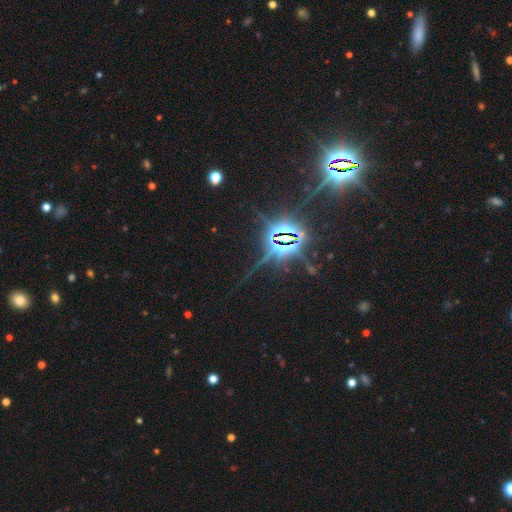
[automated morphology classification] This appears to be a star or artifact, not a galaxy (86%).